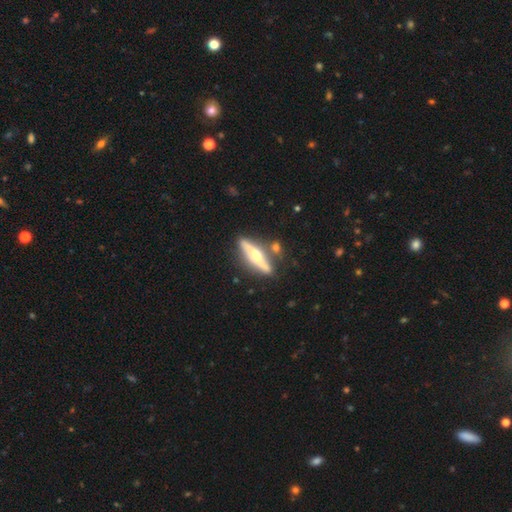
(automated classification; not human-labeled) Overall: featured or disk (72%). Edge-on disk: yes (90%). Edge-on bulge: rounded (90%). Merging: none (76%).